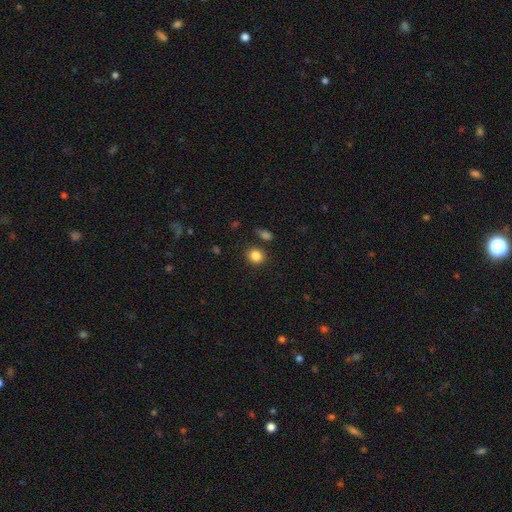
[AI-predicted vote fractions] smooth_or_featured: smooth (p=0.85) [alt: star or artifact p=0.10]
how_rounded: round (p=0.72) [alt: in between p=0.27]
merging: none (p=0.82) [alt: minor disturbance p=0.10]